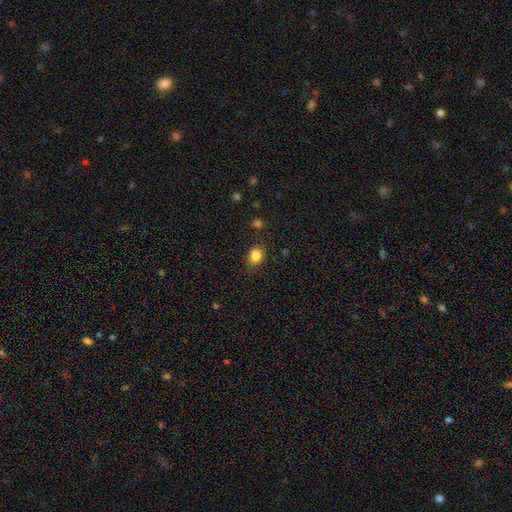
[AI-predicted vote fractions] A smooth galaxy with no disk features (85%) that is round (56%). Merging: none (80%).